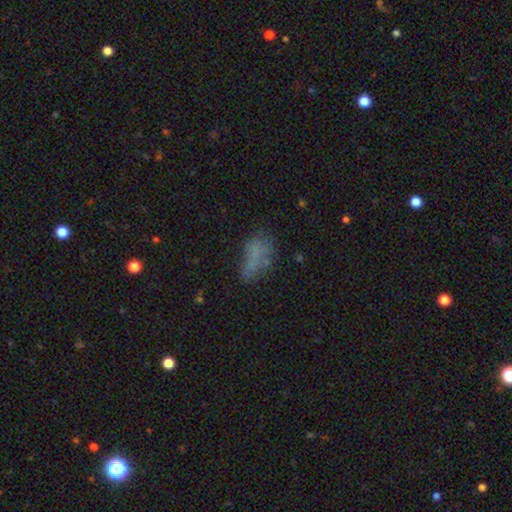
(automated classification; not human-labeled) Smooth or featured: smooth — 57% (featured or disk — 25%)
How rounded: in between — 82% (cigar-shaped — 10%)
Merging: none — 43% (minor disturbance — 24%)